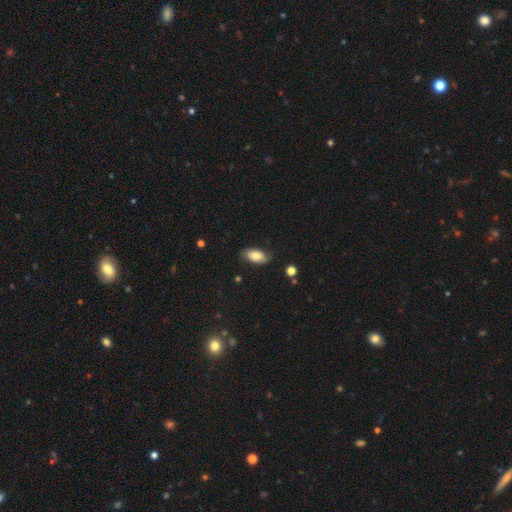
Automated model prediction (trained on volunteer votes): smooth_or_featured: smooth (p=0.76) [alt: featured or disk p=0.17]
how_rounded: in between (p=0.92) [alt: cigar-shaped p=0.05]
merging: none (p=0.77) [alt: minor disturbance p=0.18]